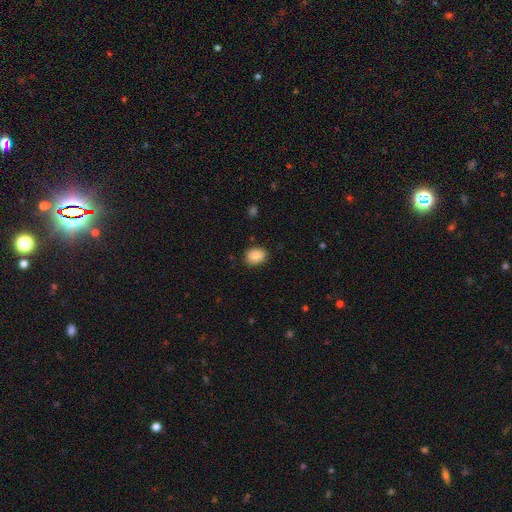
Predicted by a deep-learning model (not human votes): smooth-or-featured: smooth: 85% | star or artifact: 8% | featured or disk: 7%
  how-rounded: in between: 56% | round: 43% | cigar-shaped: 1%
  merging: none: 85% | minor disturbance: 11% | major disturbance: 2% | merger: 1%